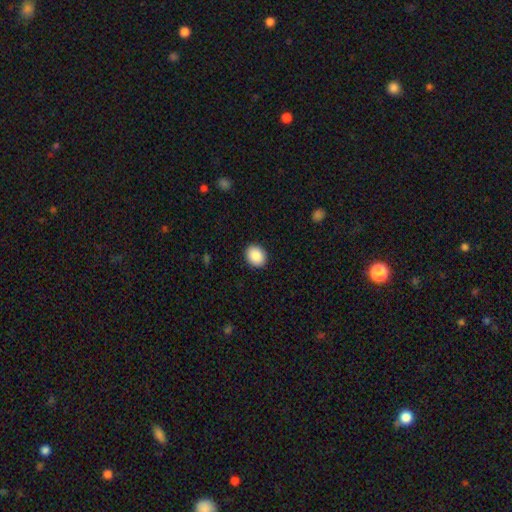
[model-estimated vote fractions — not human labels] smooth_or_featured: smooth (p=0.89) [alt: star or artifact p=0.07]
how_rounded: in between (p=0.50) [alt: round p=0.49]
merging: none (p=0.91) [alt: minor disturbance p=0.06]